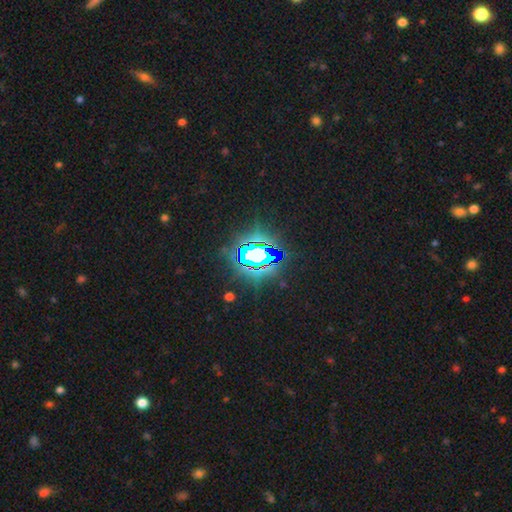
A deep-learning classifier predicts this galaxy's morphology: The model was most divided on "smooth or featured": star or artifact: 68%, featured or disk: 17%, smooth: 15%.